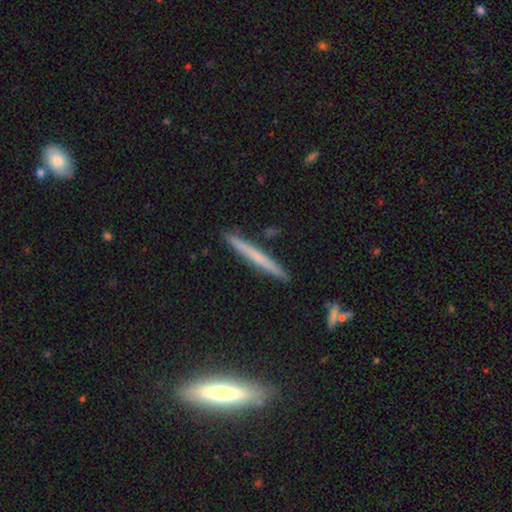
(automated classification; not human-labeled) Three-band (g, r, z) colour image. It shows a smooth galaxy with no disk features (50%). Merging: none (91%).